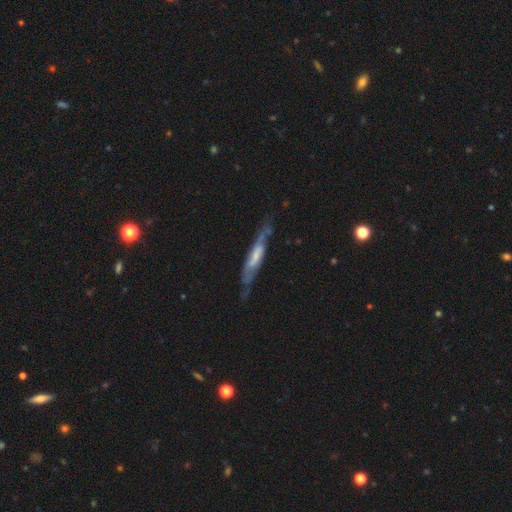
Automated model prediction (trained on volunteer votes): smooth_or_featured: featured or disk (p=0.66) [alt: smooth p=0.28]
disk_edge_on: yes (p=0.53) [alt: no p=0.47]
merging: none (p=0.57) [alt: minor disturbance p=0.26]